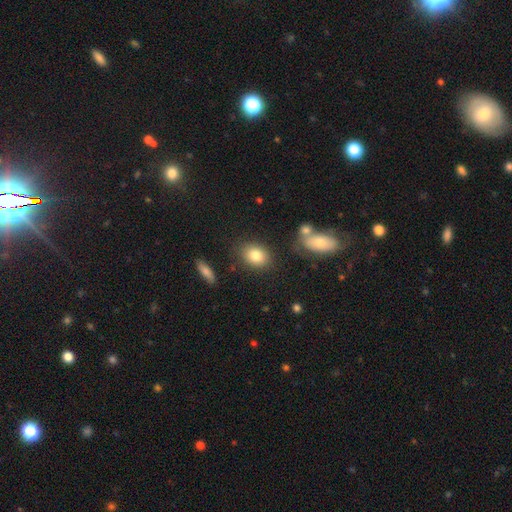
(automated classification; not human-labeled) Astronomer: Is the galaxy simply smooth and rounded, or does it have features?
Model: smooth — 81%.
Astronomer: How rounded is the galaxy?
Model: in between — 58% (runner-up: round, 40%).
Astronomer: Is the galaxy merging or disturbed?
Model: none — 81%.